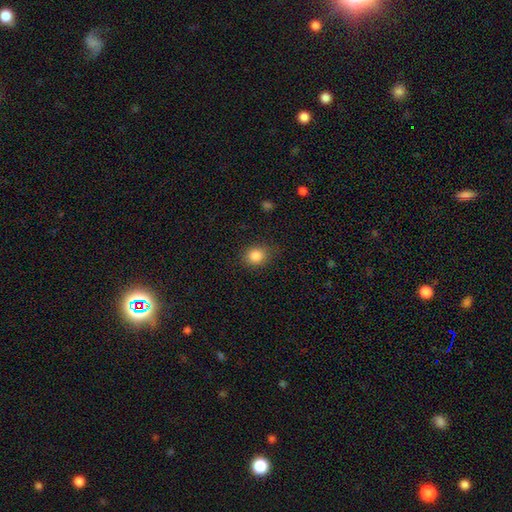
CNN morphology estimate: Smooth or featured? Predicted: smooth (p=0.85). How rounded? Predicted: round (p=0.64). Merging? Predicted: none (p=0.81).